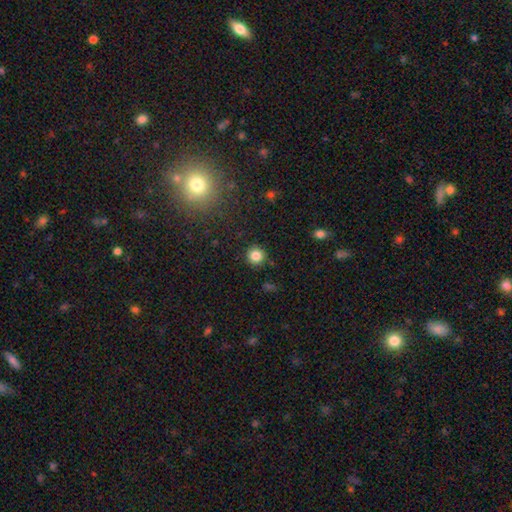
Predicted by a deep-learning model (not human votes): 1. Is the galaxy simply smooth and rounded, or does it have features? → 83% smooth, 12% star or artifact, 5% featured or disk.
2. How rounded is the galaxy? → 93% round, 6% in between, 1% cigar-shaped.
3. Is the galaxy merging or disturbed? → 90% none, 6% minor disturbance, 2% major disturbance, 1% merger.